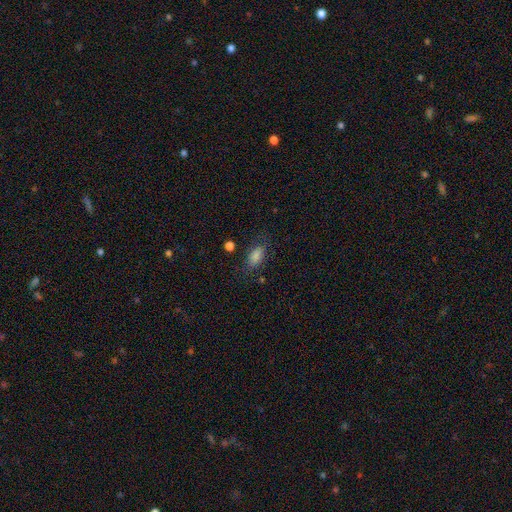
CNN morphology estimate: A smooth galaxy with no disk features (78%) that is in between round and cigar-shaped (86%).

Vote fractions:
- Smooth or featured? smooth: 78% / star or artifact: 12% / featured or disk: 10%
- How rounded? in between: 86% / cigar-shaped: 9% / round: 5%
- Merging? none: 75% / minor disturbance: 17% / major disturbance: 7% / merger: 2%